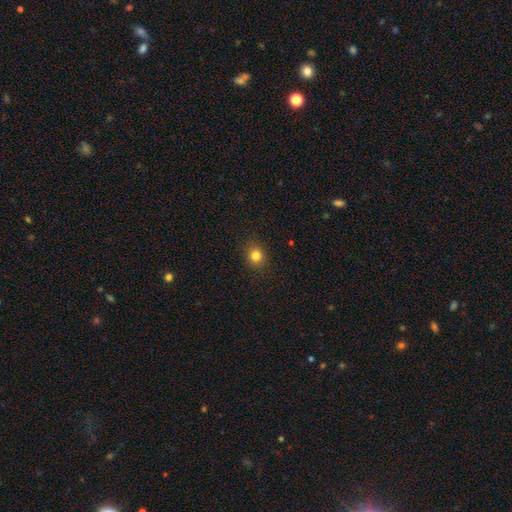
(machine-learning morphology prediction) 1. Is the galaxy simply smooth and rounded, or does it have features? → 82% smooth, 13% star or artifact, 6% featured or disk.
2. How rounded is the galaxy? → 76% round, 23% in between, 1% cigar-shaped.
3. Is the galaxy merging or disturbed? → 89% none, 7% minor disturbance, 2% major disturbance, 1% merger.